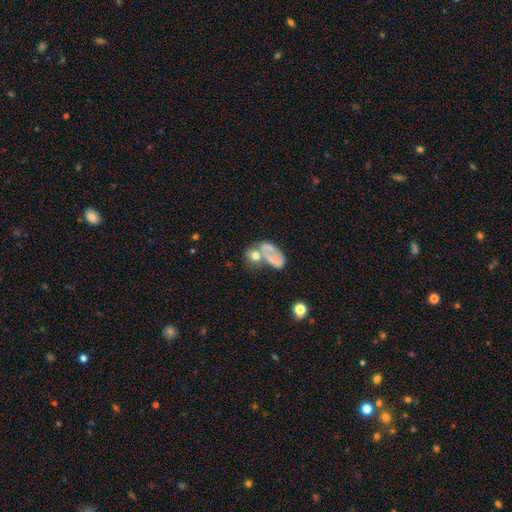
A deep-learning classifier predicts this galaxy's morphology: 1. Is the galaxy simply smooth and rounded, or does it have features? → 42% featured or disk (tied), 42% smooth (tied), 16% star or artifact.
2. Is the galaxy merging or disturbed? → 45% merger, 24% none, 18% major disturbance, 12% minor disturbance.